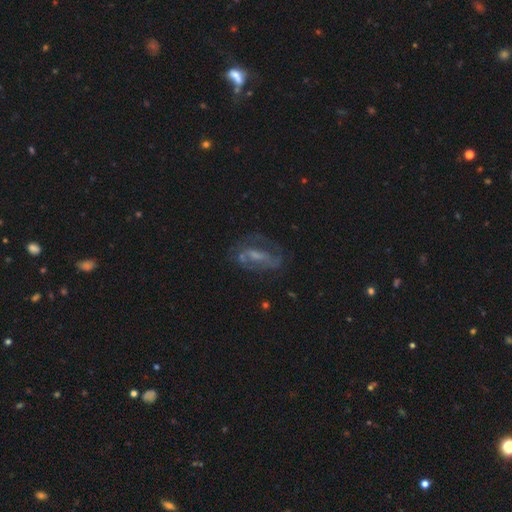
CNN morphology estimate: The model was most divided on "bar": weak: 40%, no: 33%, strong: 26%. Remaining: edge-on disk — no (91%); spiral arms — yes (70%); smooth or featured — featured or disk (69%); merging — none (58%); bulge size — small (40%).